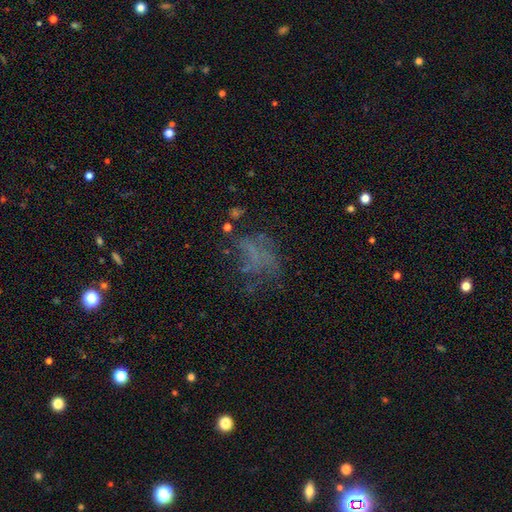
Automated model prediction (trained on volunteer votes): A featured or disk galaxy (42%).

Vote fractions:
- Smooth or featured? featured or disk: 42% / star or artifact: 30% / smooth: 28%
- Merging? none: 46% / major disturbance: 33% / minor disturbance: 17% / merger: 4%